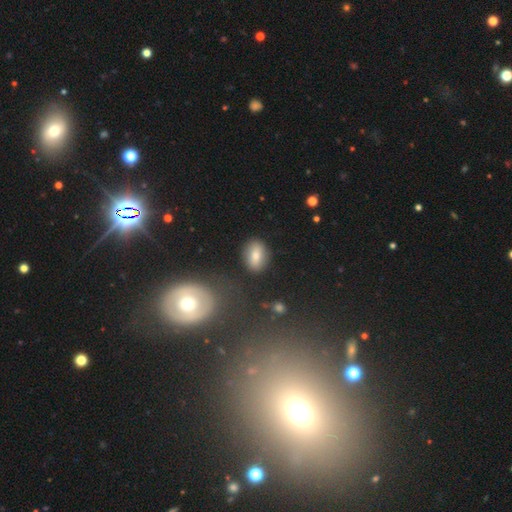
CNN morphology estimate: Smooth or featured: smooth — 77% (featured or disk — 14%)
How rounded: in between — 77% (round — 21%)
Merging: none — 85% (minor disturbance — 9%)